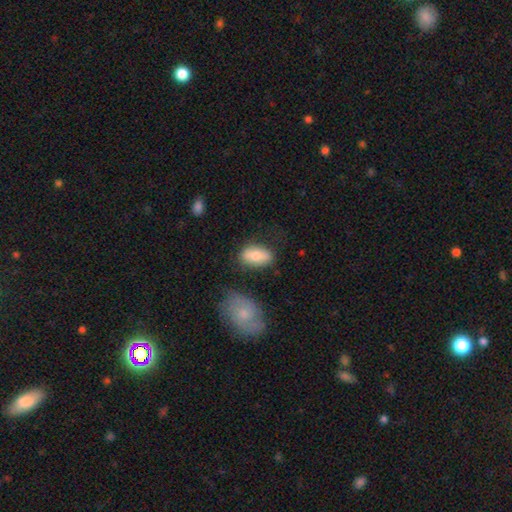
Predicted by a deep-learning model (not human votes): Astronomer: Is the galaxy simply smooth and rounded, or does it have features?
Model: smooth — 71%.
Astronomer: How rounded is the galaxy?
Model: in between — 88%.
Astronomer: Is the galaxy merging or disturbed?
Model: none — 72%.